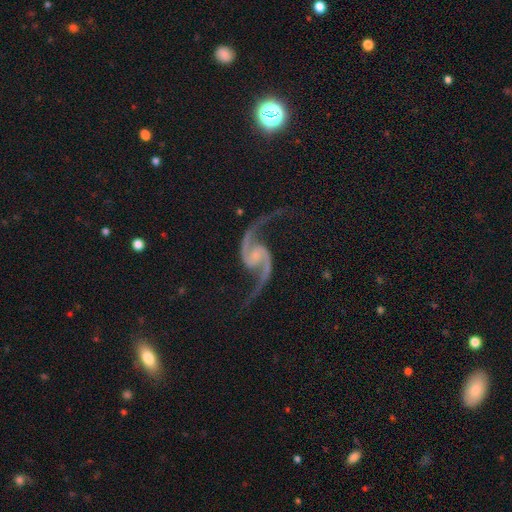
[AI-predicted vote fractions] smooth_or_featured: featured or disk (p=0.94) [alt: star or artifact p=0.04]
disk_edge_on: no (p=0.98) [alt: yes p=0.02]
bar: no (p=0.57) [alt: weak p=0.32]
has_spiral_arms: yes (p=0.99) [alt: no p=0.01]
spiral_winding: loose (p=0.67) [alt: medium p=0.28]
spiral_arm_count: 2 (p=0.95) [alt: 1 p=0.01]
bulge_size: small (p=0.56) [alt: none p=0.25]
merging: none (p=0.77) [alt: minor disturbance p=0.13]